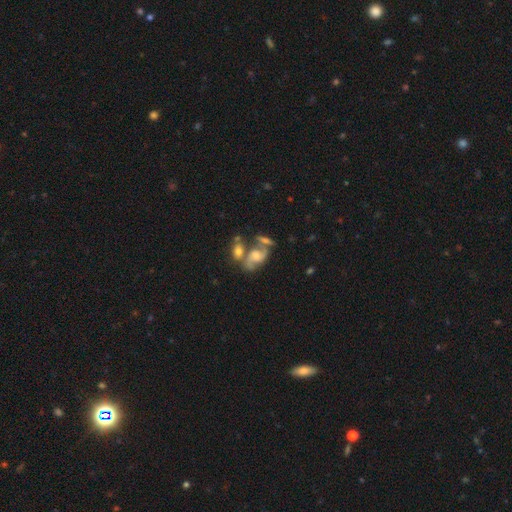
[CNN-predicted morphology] This appears to be a featured or disk galaxy (61%) with no bar (65%), spiral arms (74%) and a moderate central bulge (47%). Merging: merger (45%).